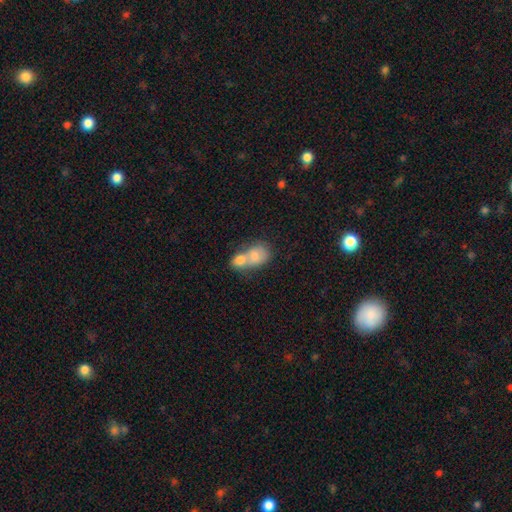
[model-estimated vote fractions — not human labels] The model was most divided on "how rounded": in between: 65%, round: 33%, cigar-shaped: 2%. More confident: merging — merger (76%); smooth or featured — smooth (75%).